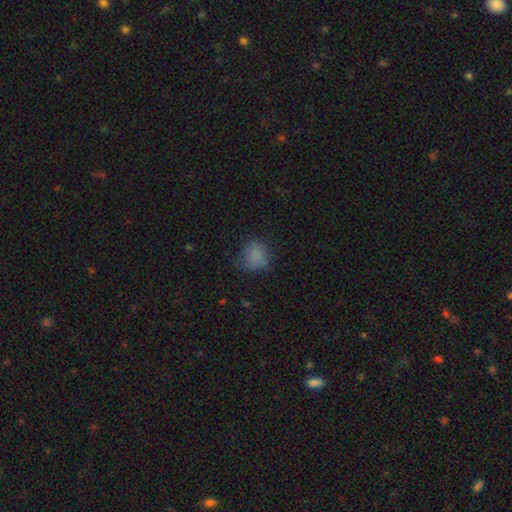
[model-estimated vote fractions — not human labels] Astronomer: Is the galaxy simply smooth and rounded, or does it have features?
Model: smooth — 78%.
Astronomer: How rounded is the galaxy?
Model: round — 66%.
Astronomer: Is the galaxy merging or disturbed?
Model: none — 63%.